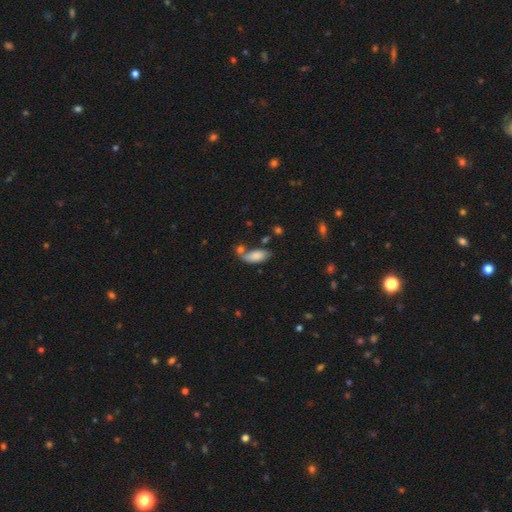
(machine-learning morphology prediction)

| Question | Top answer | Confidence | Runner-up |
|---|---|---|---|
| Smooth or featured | smooth | 82% | featured or disk (11%) |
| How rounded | in between | 84% | cigar-shaped (13%) |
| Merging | none | 51% | merger (21%) |